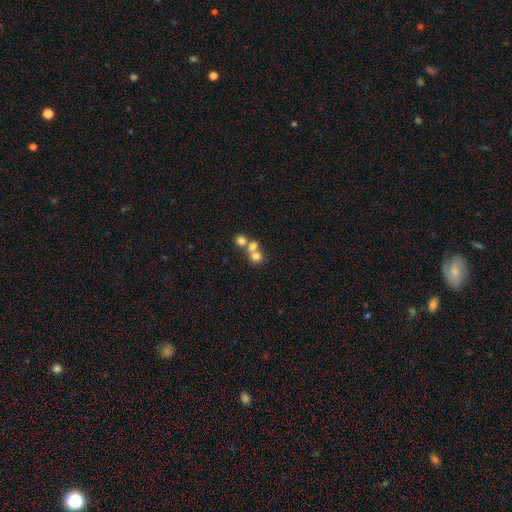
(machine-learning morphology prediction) The model was most divided on "merging": merger: 57%, none: 35%, minor disturbance: 5%, major disturbance: 3%. More confident: how rounded — round (82%); smooth or featured — smooth (69%).